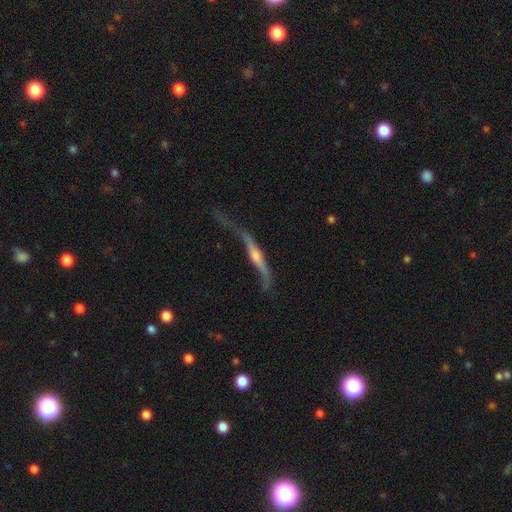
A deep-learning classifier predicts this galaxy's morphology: The model was most divided on "merging": major disturbance: 39%, none: 32%, minor disturbance: 23%, merger: 6%. More confident: edge-on disk — yes (83%); edge-on bulge — rounded (82%); smooth or featured — featured or disk (74%).